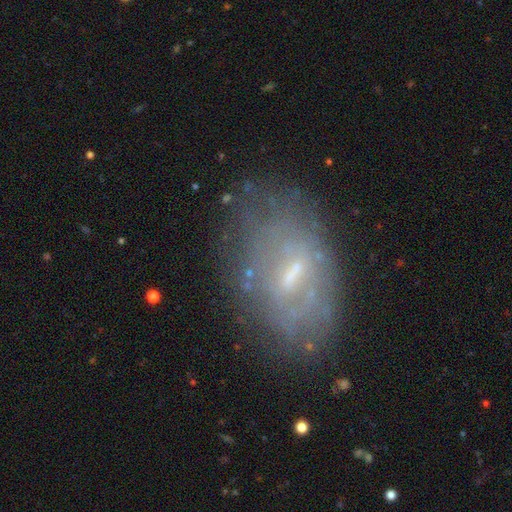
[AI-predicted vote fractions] Smooth or featured: featured or disk — 62% (smooth — 26%)
Edge-on disk: no — 92% (yes — 8%)
Bar: weak — 55% (no — 24%)
Spiral arms: no — 56% (yes — 44%)
Bulge size: small — 52% (moderate — 35%)
Merging: none — 69% (minor disturbance — 20%)